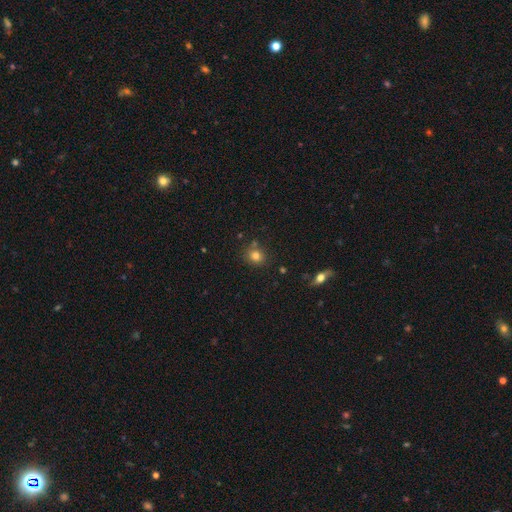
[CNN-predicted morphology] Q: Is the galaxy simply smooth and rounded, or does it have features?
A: smooth — 80%.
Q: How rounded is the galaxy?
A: round — 76%.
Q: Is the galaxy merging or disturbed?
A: none — 78%.